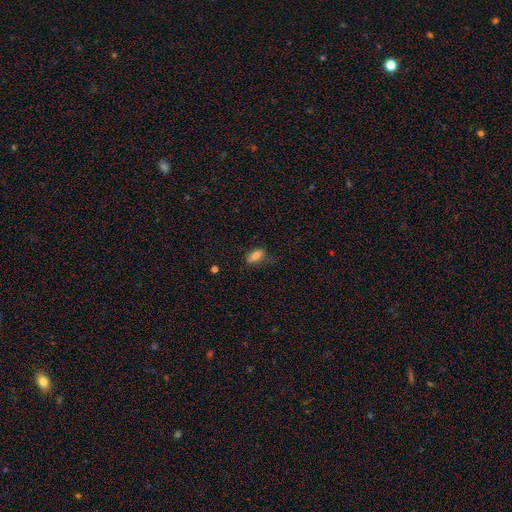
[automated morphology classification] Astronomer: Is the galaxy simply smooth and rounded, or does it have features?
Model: smooth — 83%.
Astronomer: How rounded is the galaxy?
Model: in between — 88%.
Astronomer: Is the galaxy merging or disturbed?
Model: none — 62%.